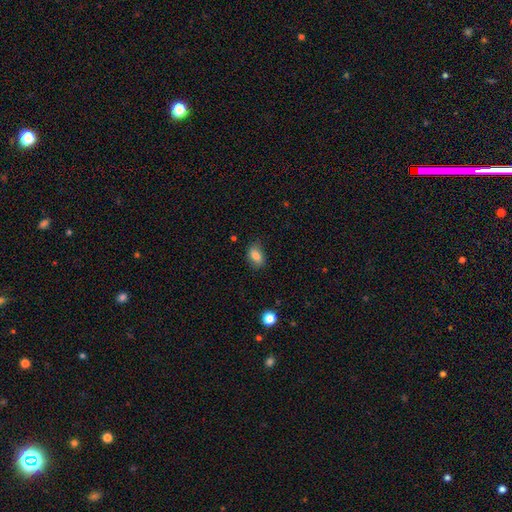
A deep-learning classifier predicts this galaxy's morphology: smooth-or-featured: smooth: 83% | star or artifact: 9% | featured or disk: 8%
  how-rounded: in between: 84% | round: 14% | cigar-shaped: 3%
  merging: none: 75% | minor disturbance: 20% | major disturbance: 4% | merger: 1%